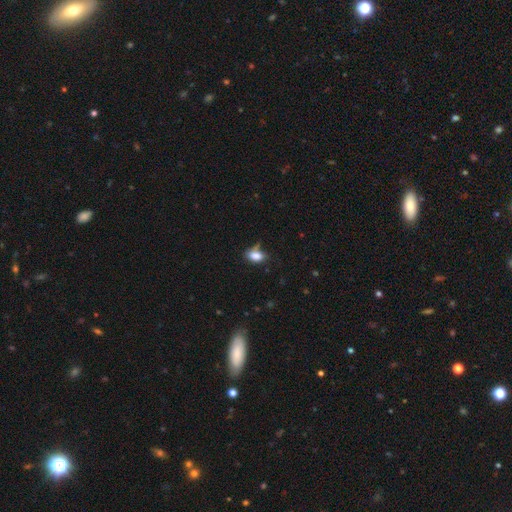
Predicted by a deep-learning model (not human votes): Smooth or featured? smooth (82%)
How rounded? in between (87%)
Merging? none (51%)